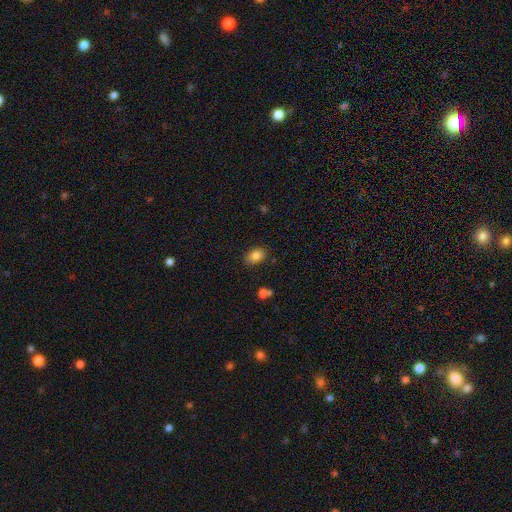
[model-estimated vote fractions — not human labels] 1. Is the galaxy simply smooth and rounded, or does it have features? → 83% smooth, 9% star or artifact, 9% featured or disk.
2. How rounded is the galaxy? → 83% in between, 15% round, 1% cigar-shaped.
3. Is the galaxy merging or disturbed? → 83% none, 12% minor disturbance, 3% major disturbance, 2% merger.